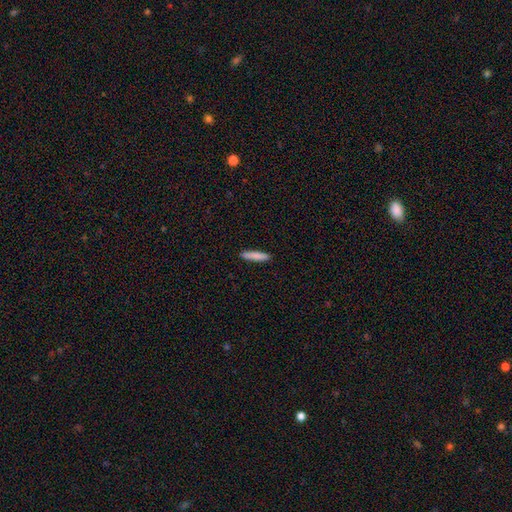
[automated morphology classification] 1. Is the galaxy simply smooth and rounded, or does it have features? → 84% smooth, 10% featured or disk, 6% star or artifact.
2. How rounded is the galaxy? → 88% cigar-shaped, 10% in between, 1% round.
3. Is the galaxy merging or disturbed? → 91% none, 7% minor disturbance, 2% major disturbance, 1% merger.